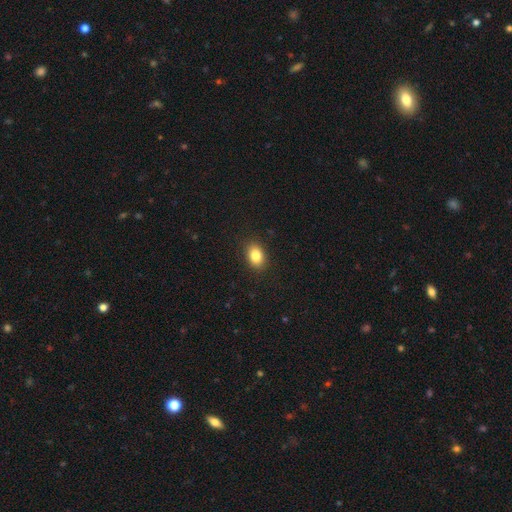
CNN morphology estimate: Overall: smooth (84%). How rounded: in between (75%). Merging: none (89%).